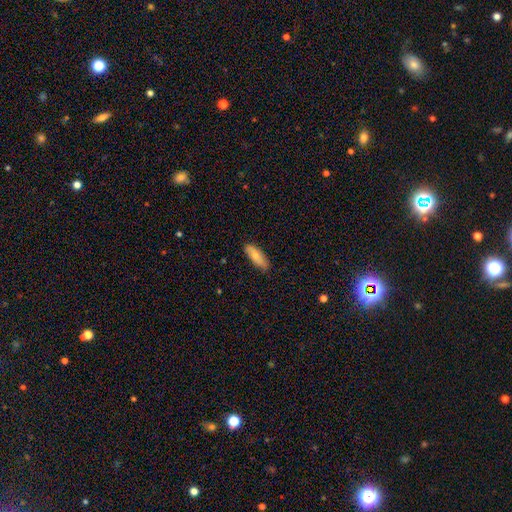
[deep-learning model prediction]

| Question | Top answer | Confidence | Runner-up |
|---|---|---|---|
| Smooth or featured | smooth | 74% | featured or disk (20%) |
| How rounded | in between | 66% | cigar-shaped (32%) |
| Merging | none | 83% | minor disturbance (14%) |